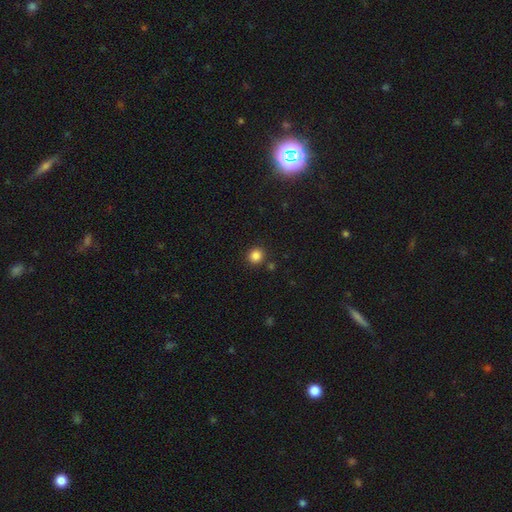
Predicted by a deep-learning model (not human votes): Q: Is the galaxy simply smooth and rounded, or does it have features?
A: smooth — 85%.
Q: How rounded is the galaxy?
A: round — 91%.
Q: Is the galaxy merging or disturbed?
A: none — 88%.